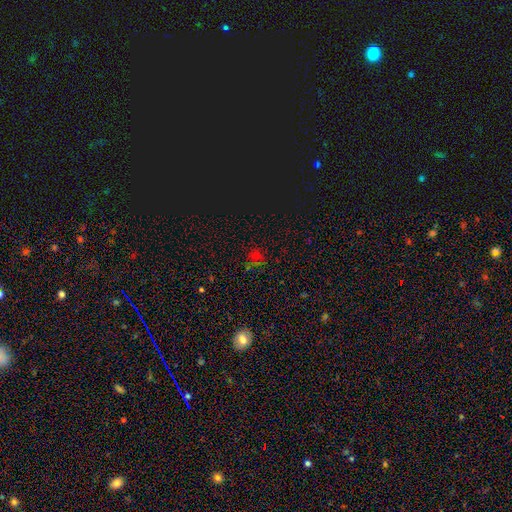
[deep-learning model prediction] A star or artifact, not a galaxy (60%).

Vote fractions:
- Smooth or featured? star or artifact: 60% / smooth: 32% / featured or disk: 8%